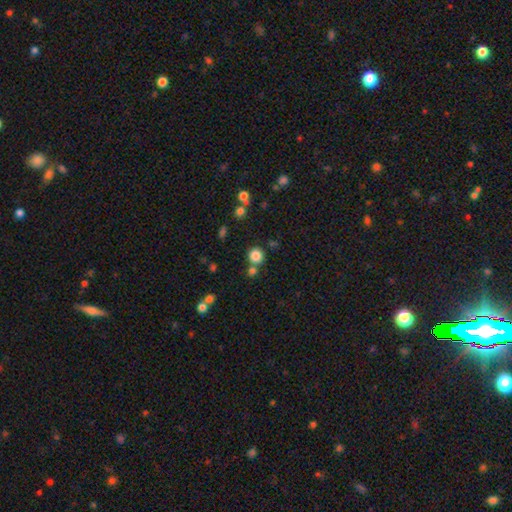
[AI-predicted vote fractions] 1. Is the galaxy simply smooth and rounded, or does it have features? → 83% smooth, 12% star or artifact, 5% featured or disk.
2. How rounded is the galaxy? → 91% round, 8% in between, 1% cigar-shaped.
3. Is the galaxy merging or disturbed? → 74% none, 15% merger, 8% minor disturbance, 3% major disturbance.